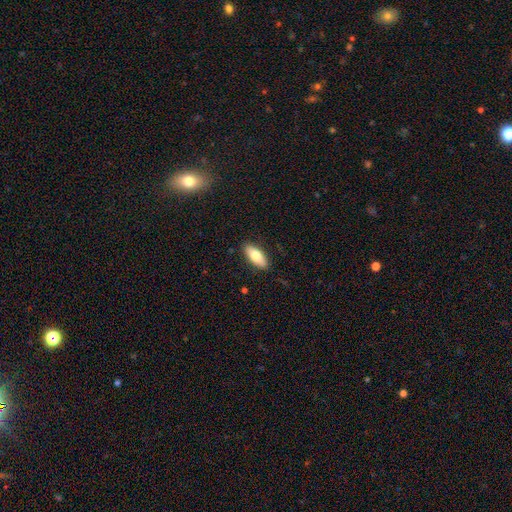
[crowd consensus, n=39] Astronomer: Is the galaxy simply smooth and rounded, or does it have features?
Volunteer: smooth — 77%.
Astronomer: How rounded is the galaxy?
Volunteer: in between — 73%.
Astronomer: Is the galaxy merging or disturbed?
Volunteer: none — 91%.